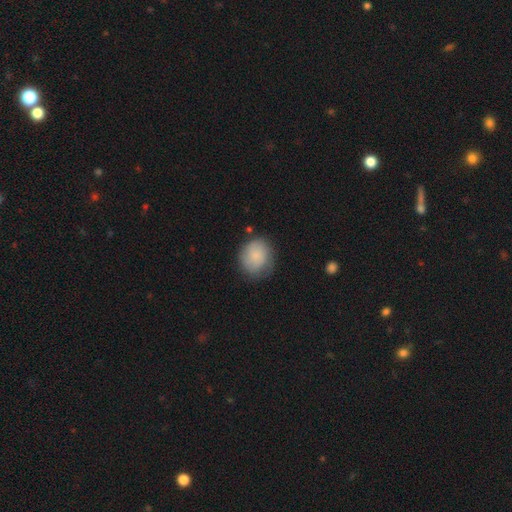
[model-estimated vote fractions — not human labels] smooth 80%, featured or disk 13%, star or artifact 7%. Down the decision tree: how rounded — round (71%); merging — none (66%).